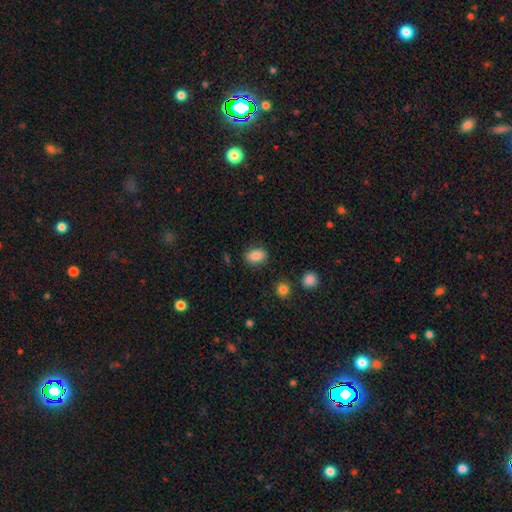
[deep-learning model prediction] This is clearly a smooth galaxy (85%). How rounded: clearly in between (82%). Merging: clearly none (84%).